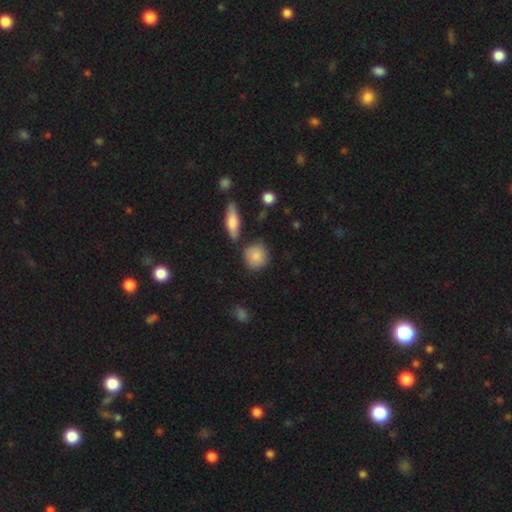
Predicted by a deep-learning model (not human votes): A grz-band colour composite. It shows a smooth galaxy with no disk features (84%) that is round (79%). Merging: none (74%).